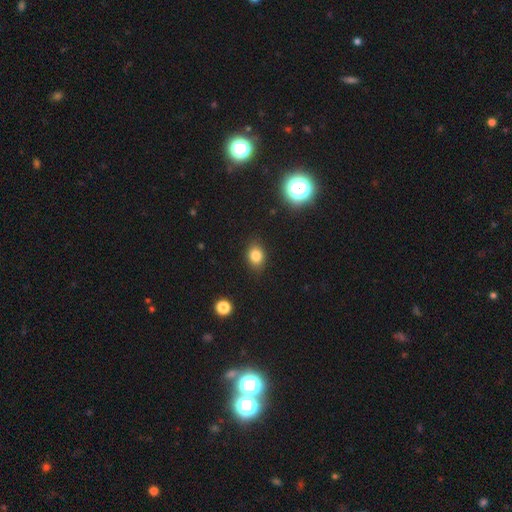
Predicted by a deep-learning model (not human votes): The model was most divided on "how rounded": in between: 58%, round: 41%, cigar-shaped: 1%. More confident: merging — none (87%); smooth or featured — smooth (81%).